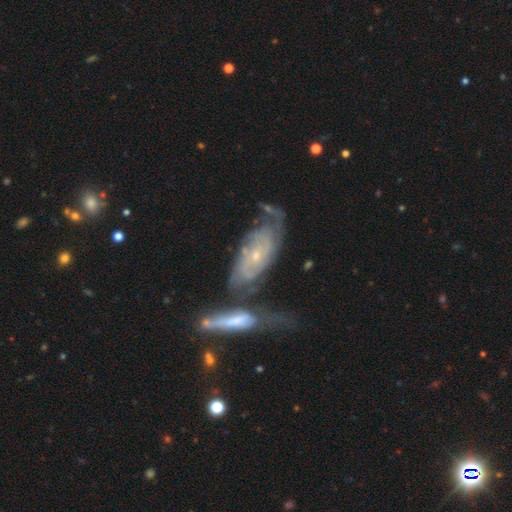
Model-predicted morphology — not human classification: smooth_or_featured: featured or disk (p=0.84) [alt: smooth p=0.10]
disk_edge_on: no (p=0.90) [alt: yes p=0.10]
bar: no (p=0.74) [alt: weak p=0.21]
has_spiral_arms: yes (p=0.93) [alt: no p=0.07]
spiral_winding: tight (p=0.67) [alt: medium p=0.25]
spiral_arm_count: can't tell (p=0.40) [alt: 2 p=0.36]
bulge_size: small (p=0.77) [alt: moderate p=0.18]
merging: none (p=0.44) [alt: merger p=0.28]